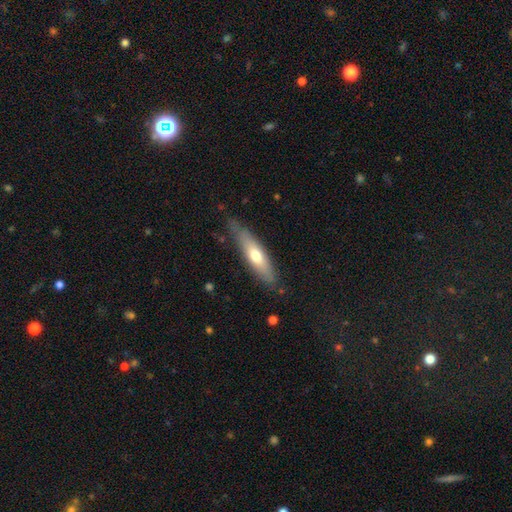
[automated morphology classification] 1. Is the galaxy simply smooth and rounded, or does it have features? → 59% smooth, 36% featured or disk, 5% star or artifact.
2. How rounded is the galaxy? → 71% cigar-shaped, 27% in between, 2% round.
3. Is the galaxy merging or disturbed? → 77% none, 17% minor disturbance, 4% major disturbance, 2% merger.